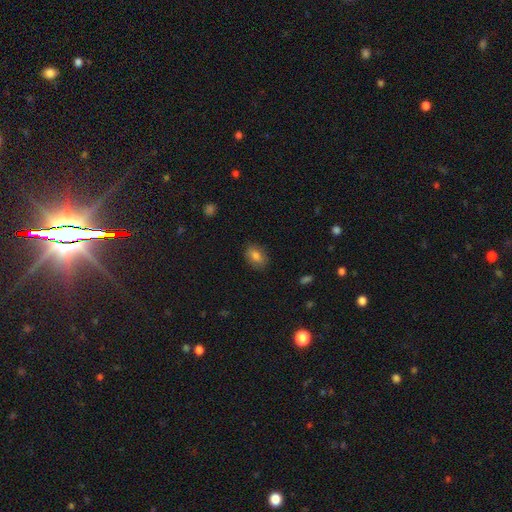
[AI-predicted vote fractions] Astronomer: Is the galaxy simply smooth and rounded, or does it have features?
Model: smooth — 81%.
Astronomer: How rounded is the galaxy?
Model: in between — 81%.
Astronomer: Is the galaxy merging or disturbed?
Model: none — 85%.